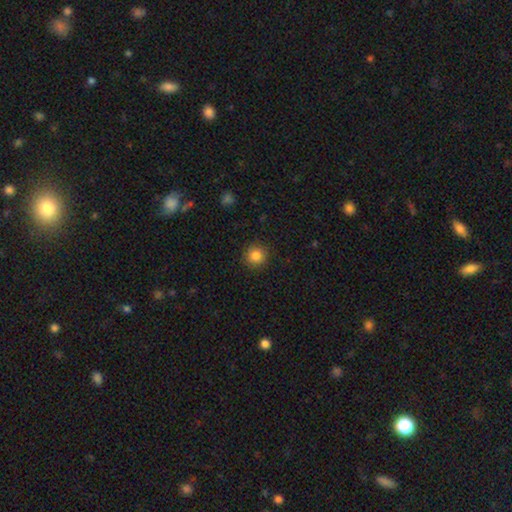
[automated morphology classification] Smooth or featured? Predicted: smooth (p=0.84). How rounded? Predicted: round (p=0.94). Merging? Predicted: none (p=0.91).